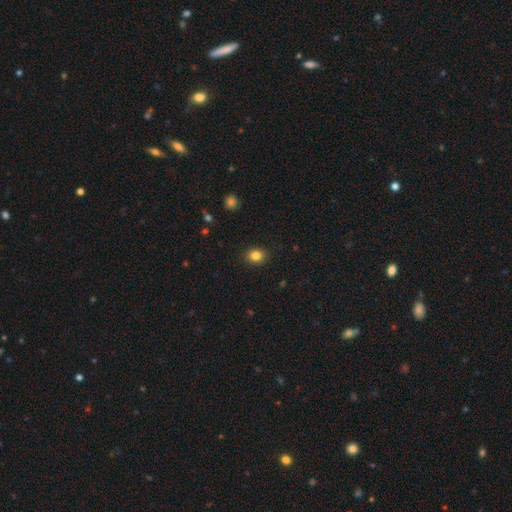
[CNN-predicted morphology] Smooth or featured: smooth — 83% (star or artifact — 11%)
How rounded: round — 56% (in between — 44%)
Merging: none — 90% (minor disturbance — 7%)